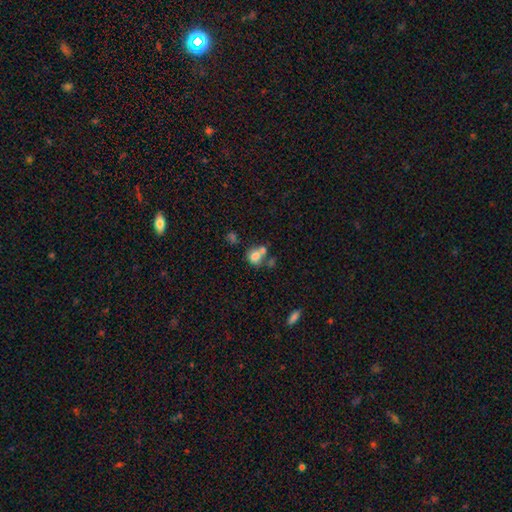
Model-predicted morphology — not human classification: This is likely a smooth galaxy (73%). How rounded: likely round (65%). Merging: possibly merger (48%).